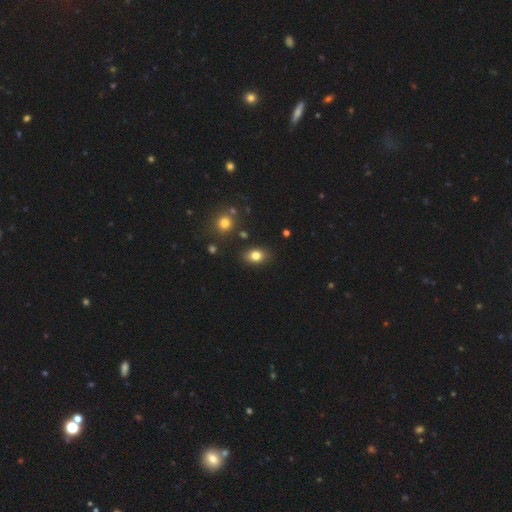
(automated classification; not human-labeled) smooth_or_featured: smooth (p=0.81) [alt: star or artifact p=0.11]
how_rounded: in between (p=0.74) [alt: round p=0.25]
merging: none (p=0.85) [alt: minor disturbance p=0.10]